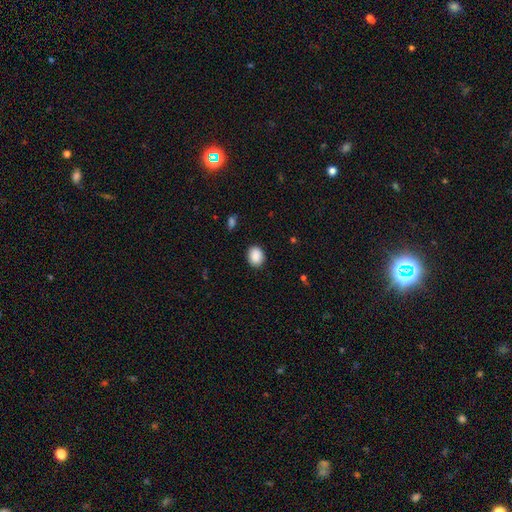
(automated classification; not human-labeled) Q: Smooth or featured?
A: smooth (89%); runner-up: star or artifact (8%)
Q: How rounded?
A: round (50%); runner-up: in between (49%)
Q: Merging?
A: none (88%); runner-up: minor disturbance (9%)